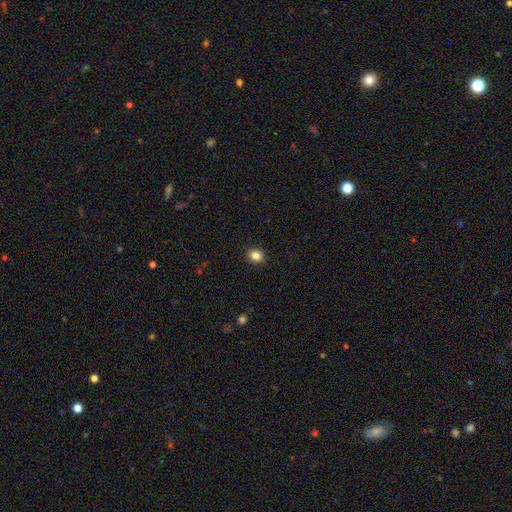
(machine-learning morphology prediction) Smooth or featured? smooth (85%)
How rounded? round (65%)
Merging? none (91%)